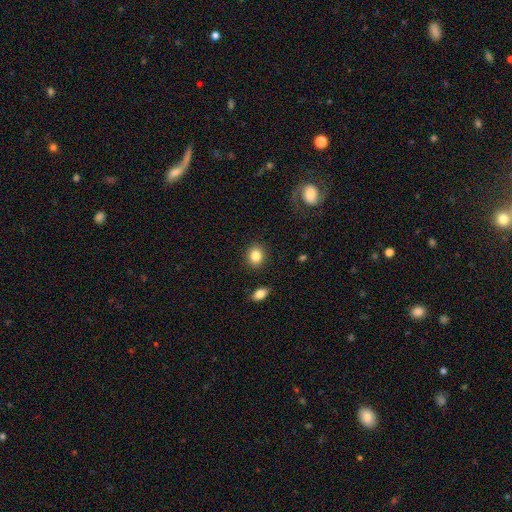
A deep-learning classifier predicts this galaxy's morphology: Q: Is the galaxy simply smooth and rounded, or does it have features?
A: smooth — 85%.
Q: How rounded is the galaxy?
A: round — 63%.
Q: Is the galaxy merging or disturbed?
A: none — 88%.